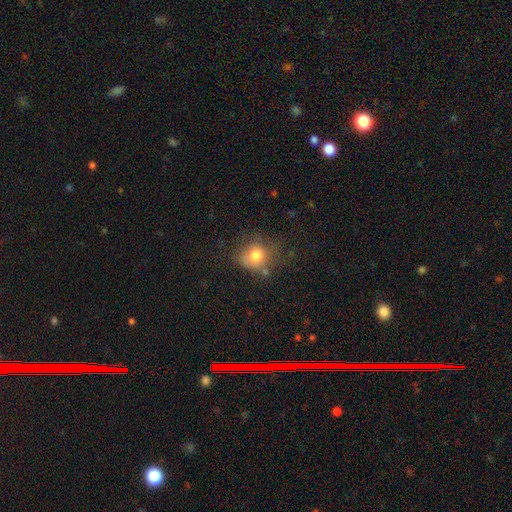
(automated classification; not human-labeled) A smooth galaxy with no disk features (77%) that is round (73%).

Vote fractions:
- Smooth or featured? smooth: 77% / featured or disk: 12% / star or artifact: 11%
- How rounded? round: 73% / in between: 26% / cigar-shaped: 1%
- Merging? none: 55% / minor disturbance: 26% / major disturbance: 13% / merger: 6%